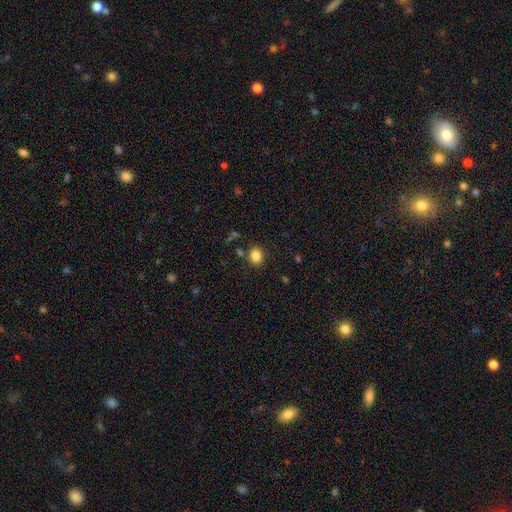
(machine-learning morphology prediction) smooth-or-featured: smooth: 85% | star or artifact: 10% | featured or disk: 5%
  how-rounded: in between: 54% | round: 45% | cigar-shaped: 1%
  merging: none: 83% | minor disturbance: 10% | merger: 4% | major disturbance: 3%